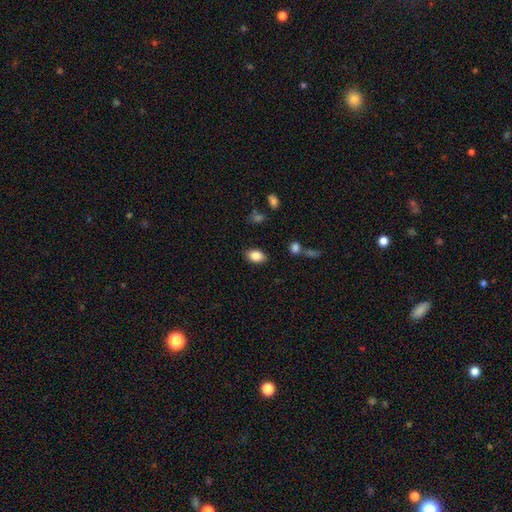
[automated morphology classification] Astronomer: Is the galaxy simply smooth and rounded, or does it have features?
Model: smooth — 86%.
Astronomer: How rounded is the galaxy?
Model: in between — 87%.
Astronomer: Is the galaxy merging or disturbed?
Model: none — 84%.